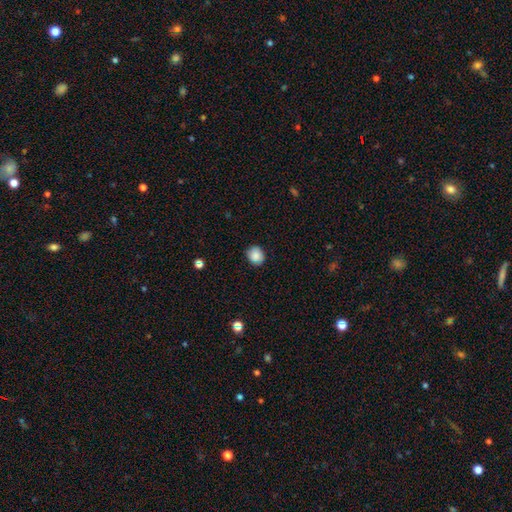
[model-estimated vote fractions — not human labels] The model was most divided on "how rounded": round: 72%, in between: 27%, cigar-shaped: 1%. More confident: smooth or featured — smooth (87%); merging — none (83%).